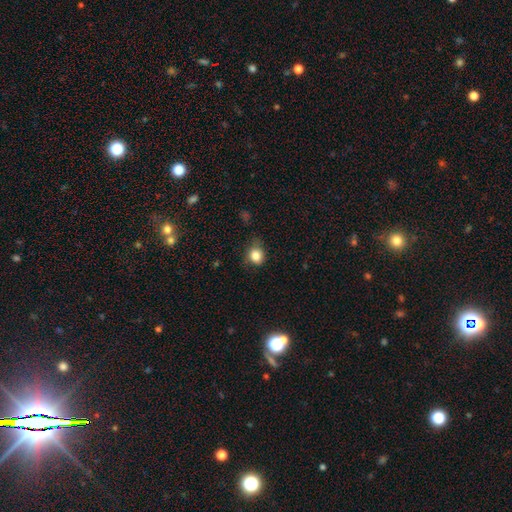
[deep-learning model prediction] Smooth or featured: smooth — 83% (star or artifact — 10%)
How rounded: round — 64% (in between — 35%)
Merging: none — 61% (minor disturbance — 29%)